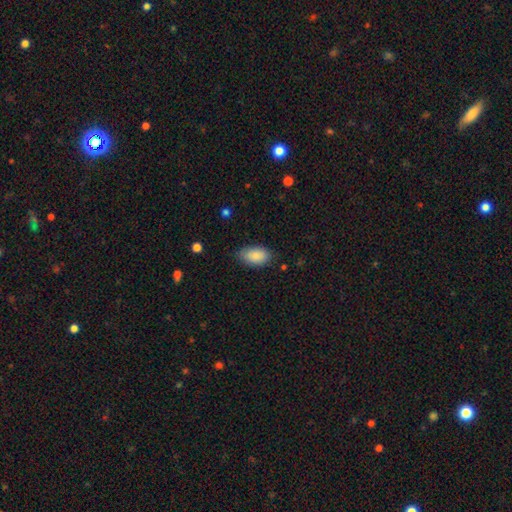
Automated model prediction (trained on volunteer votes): This is clearly a smooth galaxy (88%). How rounded: clearly in between (93%). Merging: likely none (77%).